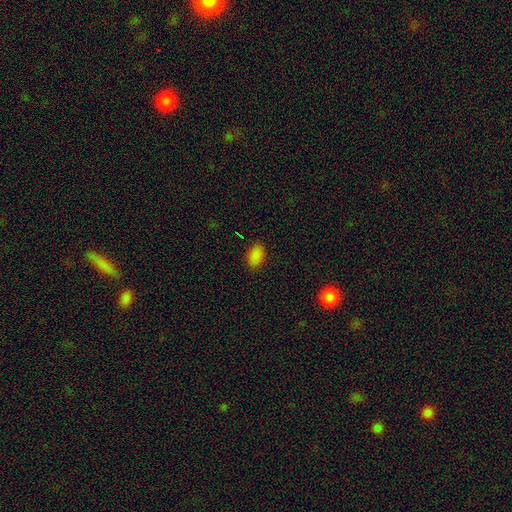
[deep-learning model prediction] This appears to be a smooth galaxy with no disk features (85%) that is in between round and cigar-shaped (91%). Merging: none (86%).